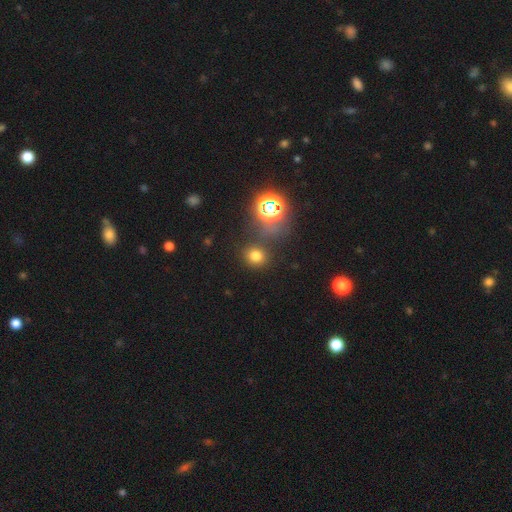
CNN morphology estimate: A smooth galaxy with no disk features (72%) that is round (81%).

Vote fractions:
- Smooth or featured? smooth: 72% / star or artifact: 23% / featured or disk: 6%
- How rounded? round: 81% / in between: 18% / cigar-shaped: 1%
- Merging? none: 78% / minor disturbance: 10% / merger: 8% / major disturbance: 4%